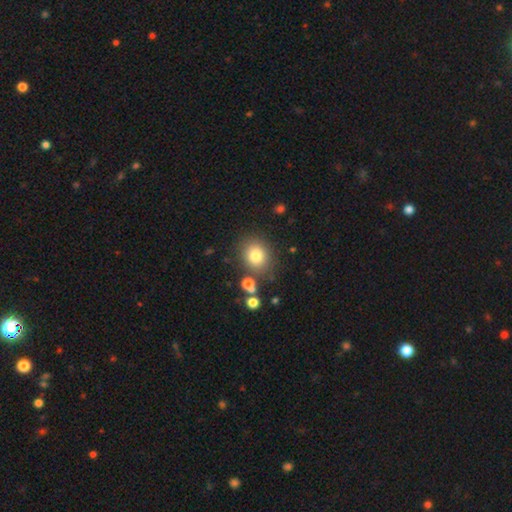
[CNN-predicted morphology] Q: Smooth or featured?
A: smooth (79%); runner-up: star or artifact (12%)
Q: How rounded?
A: round (74%); runner-up: in between (26%)
Q: Merging?
A: none (80%); runner-up: minor disturbance (10%)